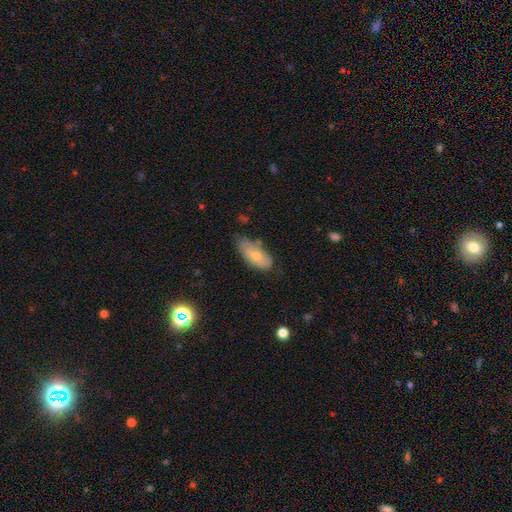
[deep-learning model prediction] Smooth or featured?
  - smooth: 66% *
  - featured or disk: 27%
  - star or artifact: 6%
How rounded?
  - in between: 87% *
  - cigar-shaped: 11%
  - round: 2%
Merging?
  - none: 54% *
  - minor disturbance: 35%
  - major disturbance: 7%
  - merger: 4%